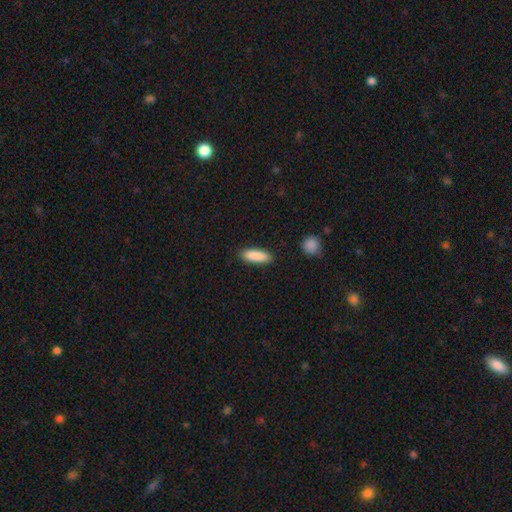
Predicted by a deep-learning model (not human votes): Overall: smooth (89%). How rounded: in between (55%; cigar-shaped 43%). Merging: none (88%).